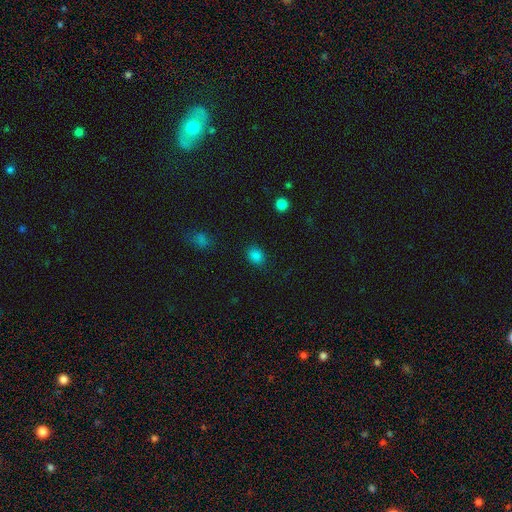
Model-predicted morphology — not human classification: Smooth or featured: smooth — 84% (star or artifact — 13%)
How rounded: round — 50% (in between — 49%)
Merging: none — 87% (minor disturbance — 9%)